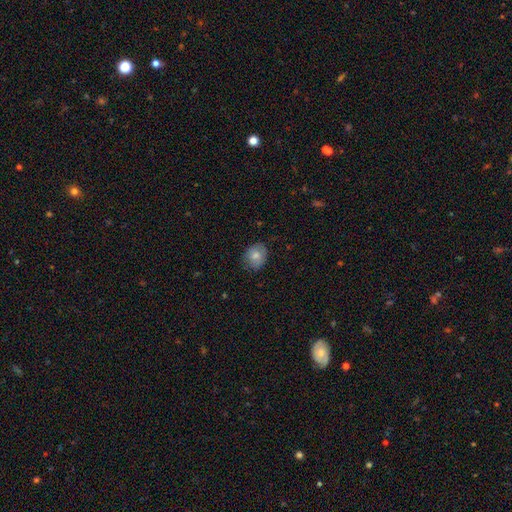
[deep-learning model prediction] This appears to be a smooth galaxy with no disk features (76%) that is round (53%). Merging: none (76%).